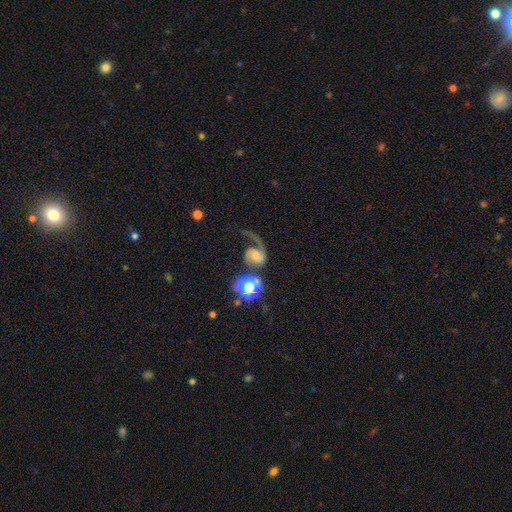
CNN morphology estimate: type=featured or disk (71%); edge-on=no (97%); bar=no (65%); spiral arms=yes (92%); winding=loose (54%); arm count=1 (61%); bulge=small (38%); merging=major disturbance (41%).